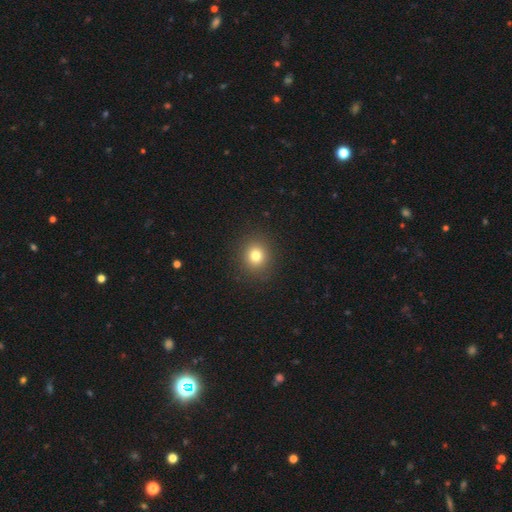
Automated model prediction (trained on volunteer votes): This is likely a smooth galaxy (79%). How rounded: clearly round (84%). Merging: clearly none (90%).